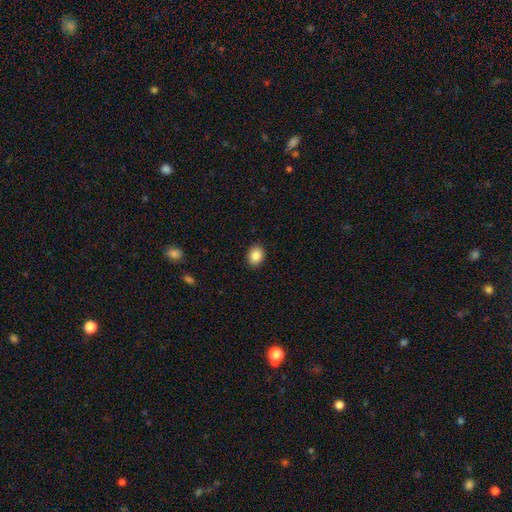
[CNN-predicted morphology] smooth_or_featured: smooth (p=0.87) [alt: star or artifact p=0.09]
how_rounded: round (p=0.52) [alt: in between p=0.47]
merging: none (p=0.90) [alt: minor disturbance p=0.07]